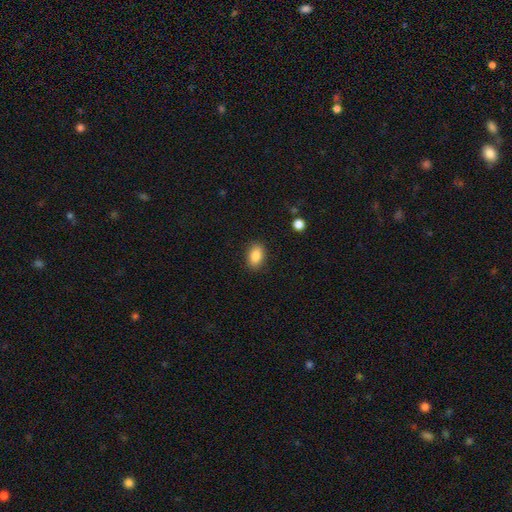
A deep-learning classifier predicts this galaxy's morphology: A smooth galaxy with no disk features (87%) that is in between round and cigar-shaped (89%). Merging: none (87%).